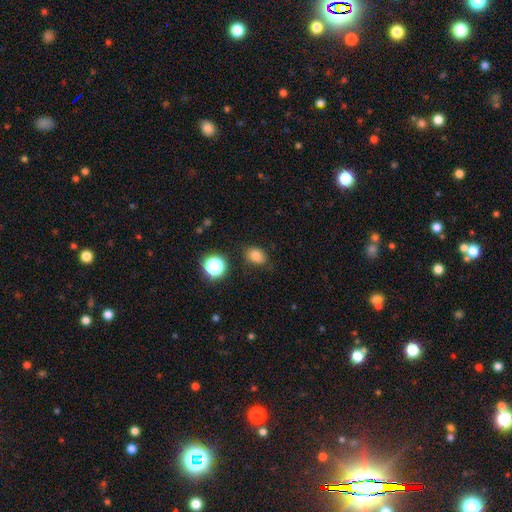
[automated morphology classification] Smooth or featured? smooth (80%)
How rounded? in between (68%)
Merging? none (76%)